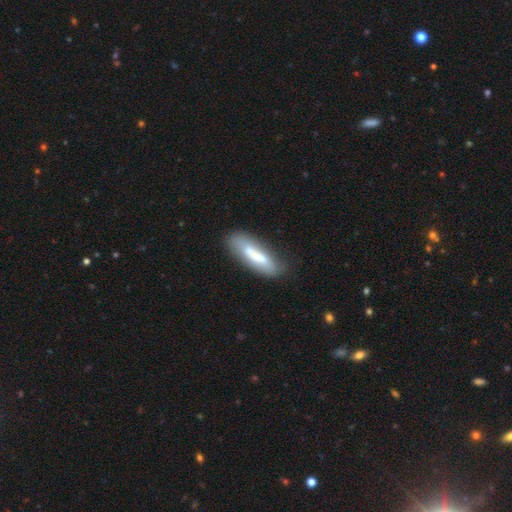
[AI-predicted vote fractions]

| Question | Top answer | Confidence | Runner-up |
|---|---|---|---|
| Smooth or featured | smooth | 62% | featured or disk (32%) |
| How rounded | cigar-shaped | 58% | in between (40%) |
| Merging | none | 57% | minor disturbance (23%) |